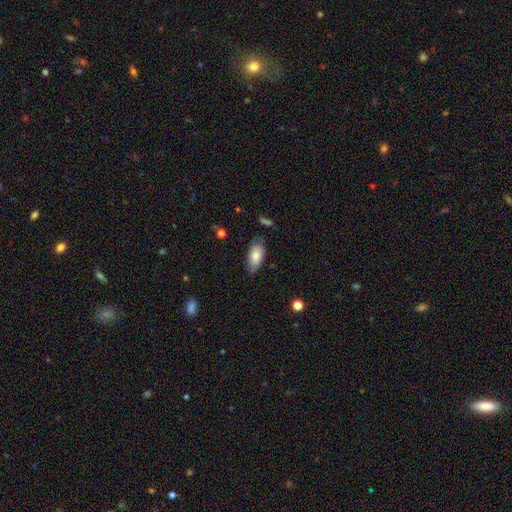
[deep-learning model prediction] A smooth galaxy with no disk features (78%) that is in between round and cigar-shaped (91%).

Vote fractions:
- Smooth or featured? smooth: 78% / featured or disk: 16% / star or artifact: 7%
- How rounded? in between: 91% / cigar-shaped: 6% / round: 2%
- Merging? none: 71% / minor disturbance: 22% / major disturbance: 5% / merger: 2%